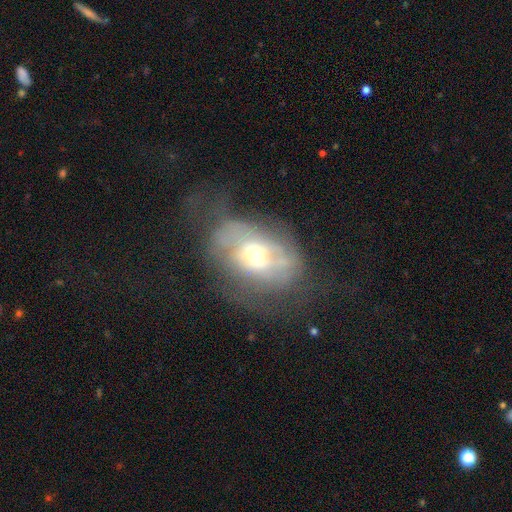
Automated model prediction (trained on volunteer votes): featured or disk 54%, smooth 35%, star or artifact 11%. Down the decision tree: edge-on disk — no (93%); bar — no (74%); spiral arms — no (62%); bulge size — moderate (67%); merging — major disturbance (38%).